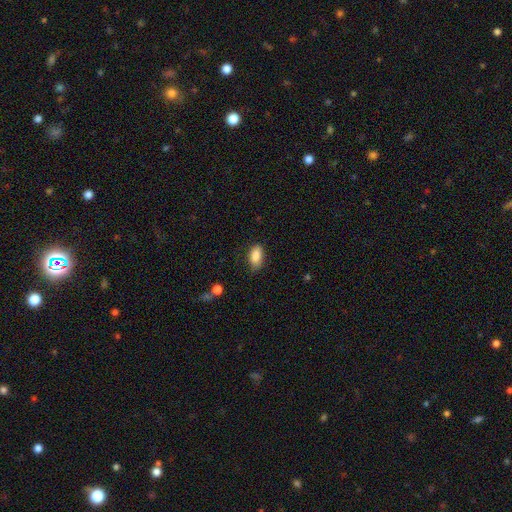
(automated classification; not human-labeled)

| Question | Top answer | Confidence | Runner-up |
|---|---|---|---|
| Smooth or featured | smooth | 88% | star or artifact (7%) |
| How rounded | in between | 91% | cigar-shaped (5%) |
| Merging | none | 78% | minor disturbance (17%) |